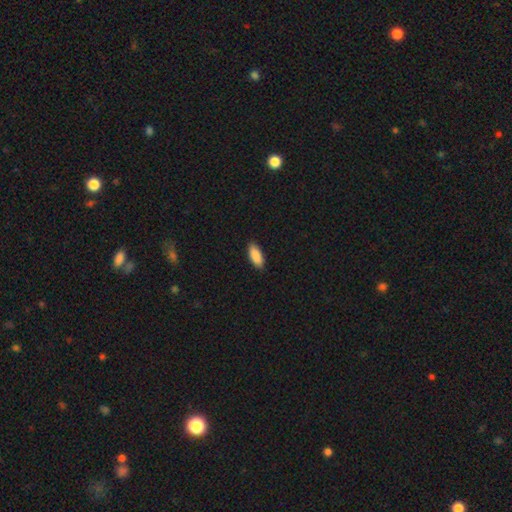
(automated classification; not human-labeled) smooth-or-featured: smooth: 90% | star or artifact: 6% | featured or disk: 5%
  how-rounded: in between: 79% | cigar-shaped: 19% | round: 2%
  merging: none: 87% | minor disturbance: 10% | major disturbance: 2% | merger: 1%